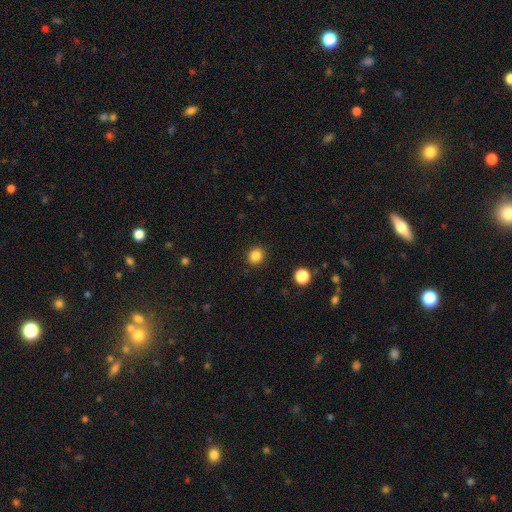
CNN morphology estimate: smooth 85%, star or artifact 11%, featured or disk 4%. Down the decision tree: how rounded — round (82%); merging — none (91%).